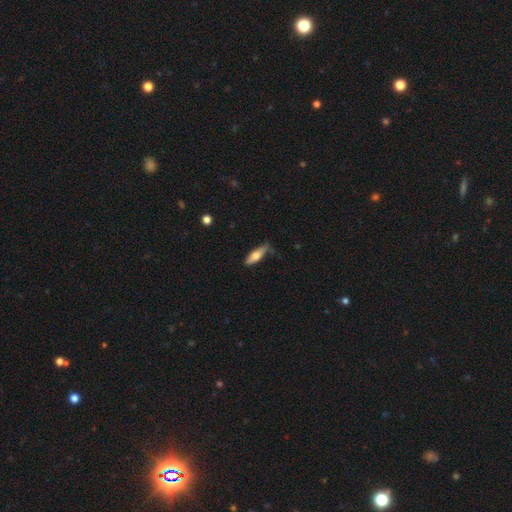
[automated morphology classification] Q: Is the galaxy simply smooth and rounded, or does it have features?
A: smooth — 65%.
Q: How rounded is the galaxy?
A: cigar-shaped — 56%.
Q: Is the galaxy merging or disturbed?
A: none — 65%.